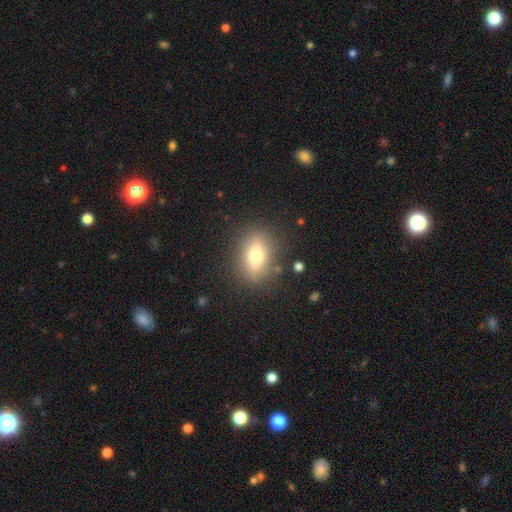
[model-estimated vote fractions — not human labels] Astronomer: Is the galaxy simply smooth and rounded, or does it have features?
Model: smooth — 73%.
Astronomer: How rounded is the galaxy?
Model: in between — 77%.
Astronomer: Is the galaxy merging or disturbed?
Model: none — 85%.